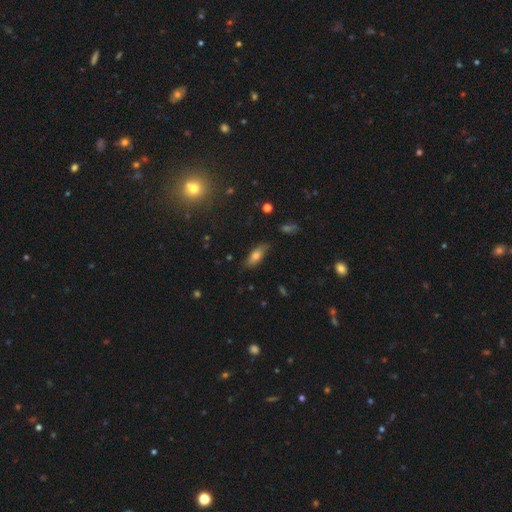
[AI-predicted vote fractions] Overall: smooth (69%). How rounded: in between (72%). Merging: none (75%).